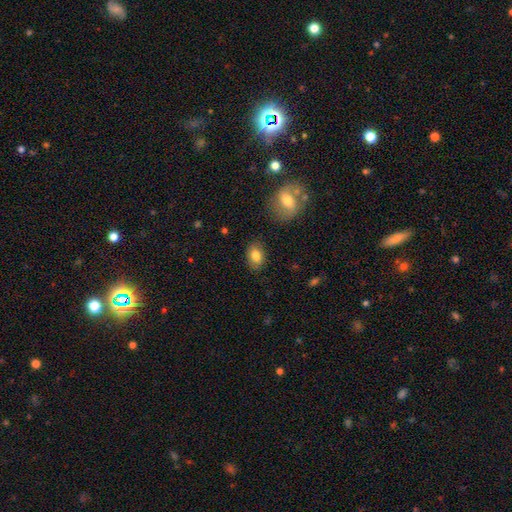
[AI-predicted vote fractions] The model was most divided on "how rounded": in between: 80%, round: 19%, cigar-shaped: 1%. More confident: merging — none (84%); smooth or featured — smooth (80%).